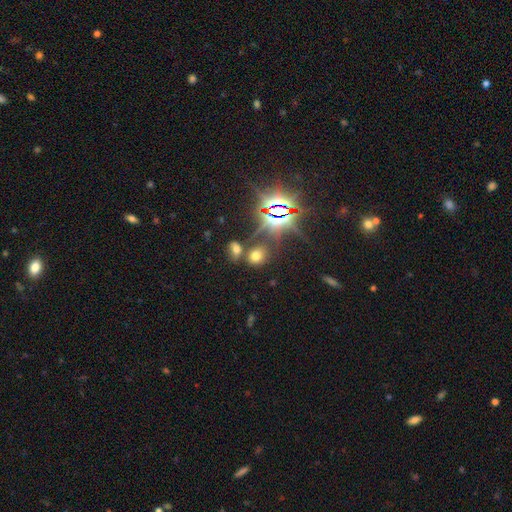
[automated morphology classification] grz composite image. It shows a smooth galaxy with no disk features (55%) that is round (51%). Merging: none (65%).